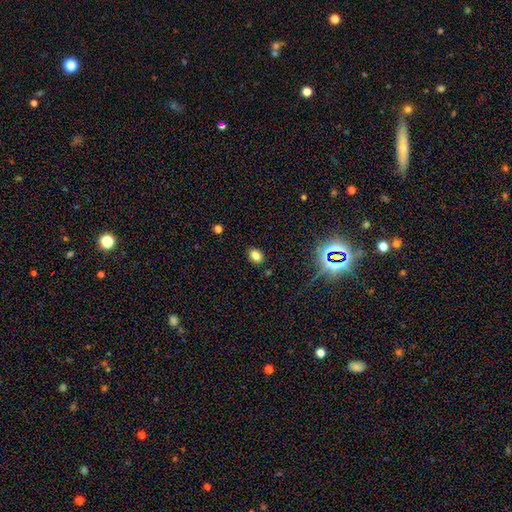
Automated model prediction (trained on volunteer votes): This is likely a smooth galaxy (79%). How rounded: likely in between (68%). Merging: clearly none (87%).